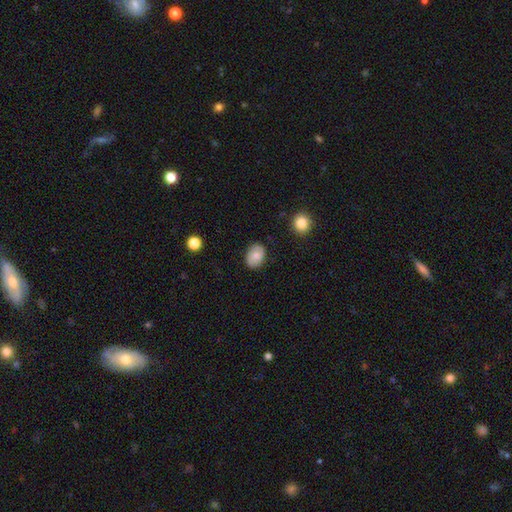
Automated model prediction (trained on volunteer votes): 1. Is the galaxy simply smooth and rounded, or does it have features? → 79% smooth, 13% featured or disk, 8% star or artifact.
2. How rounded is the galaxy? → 74% in between, 25% round, 1% cigar-shaped.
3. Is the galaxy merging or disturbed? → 84% none, 12% minor disturbance, 3% major disturbance, 1% merger.